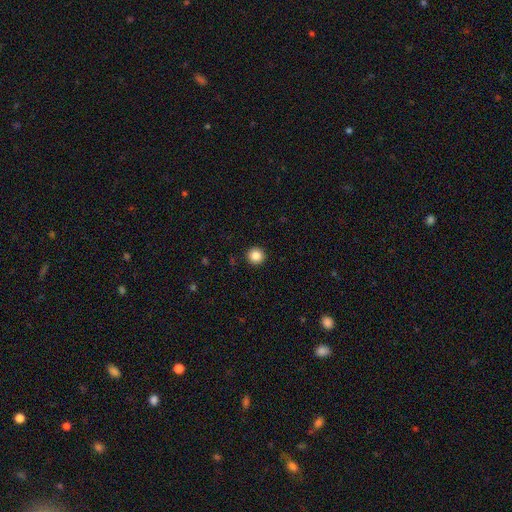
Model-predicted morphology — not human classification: type=smooth (86%); roundness=round (96%); merging=none (93%).